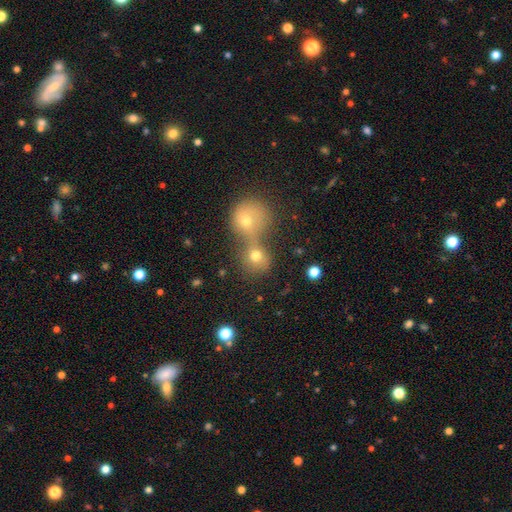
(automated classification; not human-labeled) A smooth galaxy with no disk features (72%) that is round (84%).

Vote fractions:
- Smooth or featured? smooth: 72% / star or artifact: 14% / featured or disk: 13%
- How rounded? round: 84% / in between: 15% / cigar-shaped: 1%
- Merging? merger: 62% / none: 30% / minor disturbance: 5% / major disturbance: 3%